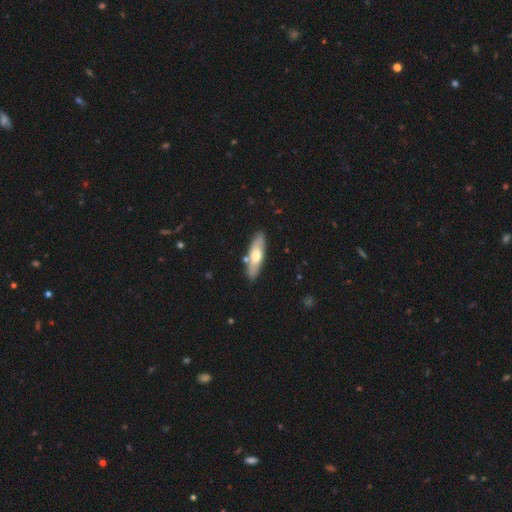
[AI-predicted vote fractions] Morphology: type=smooth (55%); roundness=cigar-shaped (53%); merging=none (84%).